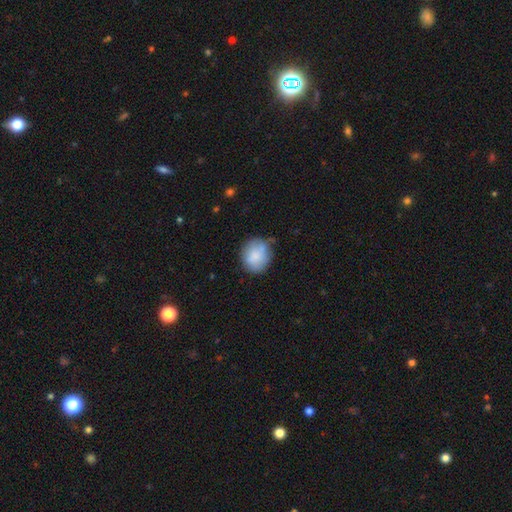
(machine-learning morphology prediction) A smooth galaxy with no disk features (81%) that is round (77%). Merging: none (68%).